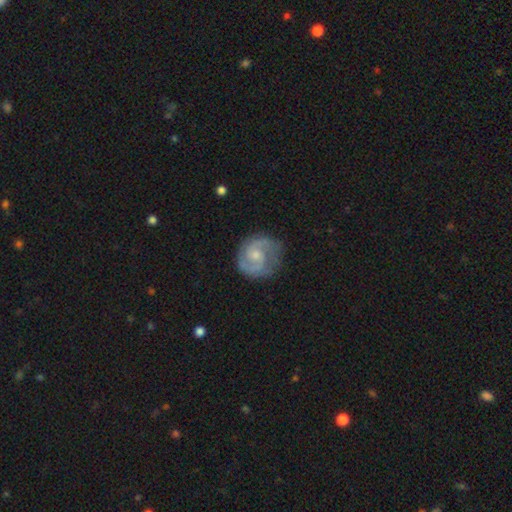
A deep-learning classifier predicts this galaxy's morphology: Smooth or featured? featured or disk (83%)
Edge-on disk? no (98%)
Bar? no (55%)
Spiral arms? yes (96%)
Spiral winding? medium (52%)
Spiral arm count? 2 (87%)
Bulge size? small (50%)
Merging? none (75%)